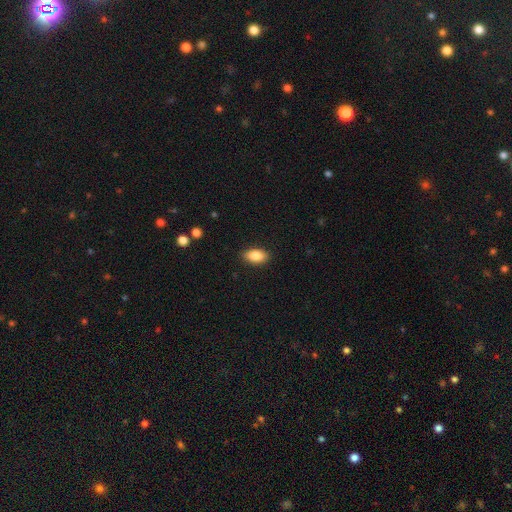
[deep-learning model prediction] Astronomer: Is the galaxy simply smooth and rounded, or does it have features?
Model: smooth — 85%.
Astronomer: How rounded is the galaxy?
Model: in between — 91%.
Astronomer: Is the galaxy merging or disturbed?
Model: none — 89%.